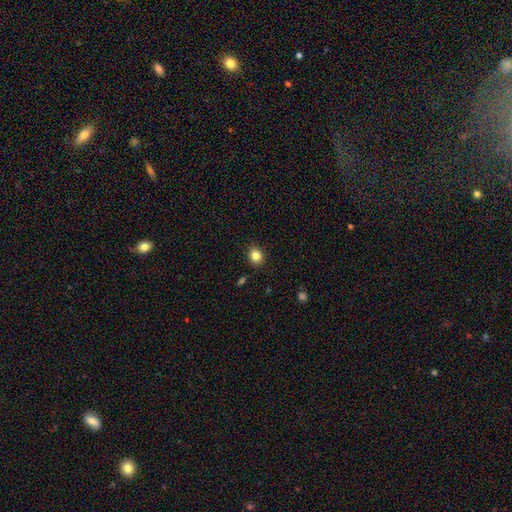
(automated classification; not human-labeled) A smooth galaxy with no disk features (83%) that is round (73%).

Vote fractions:
- Smooth or featured? smooth: 83% / star or artifact: 11% / featured or disk: 6%
- How rounded? round: 73% / in between: 26% / cigar-shaped: 1%
- Merging? none: 90% / minor disturbance: 7% / major disturbance: 2% / merger: 1%